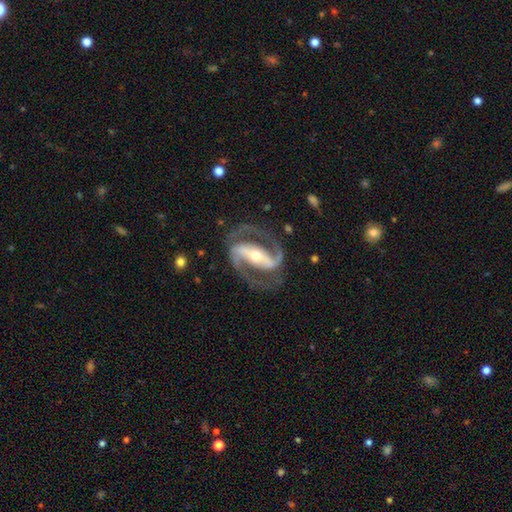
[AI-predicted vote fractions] Smooth or featured? Predicted: featured or disk (p=0.92). Edge-on disk? Predicted: no (p=0.96). Bar? Predicted: strong (p=0.74). Spiral arms? Predicted: yes (p=0.97). Spiral winding? Predicted: medium (p=0.59). Spiral arm count? Predicted: 2 (p=0.94). Bulge size? Predicted: moderate (p=0.54). Merging? Predicted: none (p=0.81).